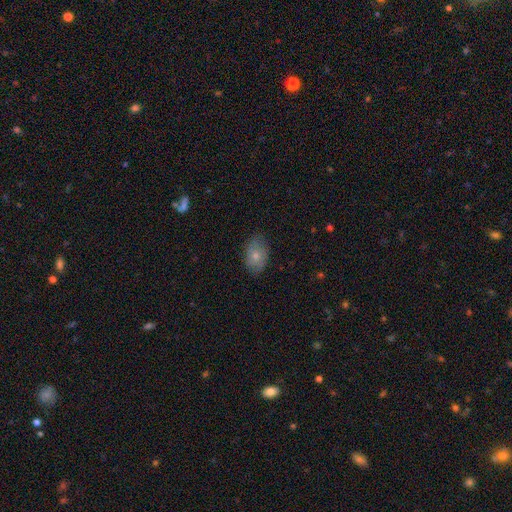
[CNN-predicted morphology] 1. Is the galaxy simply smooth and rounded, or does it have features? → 74% smooth, 19% featured or disk, 7% star or artifact.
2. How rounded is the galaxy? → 87% in between, 12% round, 1% cigar-shaped.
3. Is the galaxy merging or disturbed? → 78% none, 18% minor disturbance, 3% major disturbance, 1% merger.